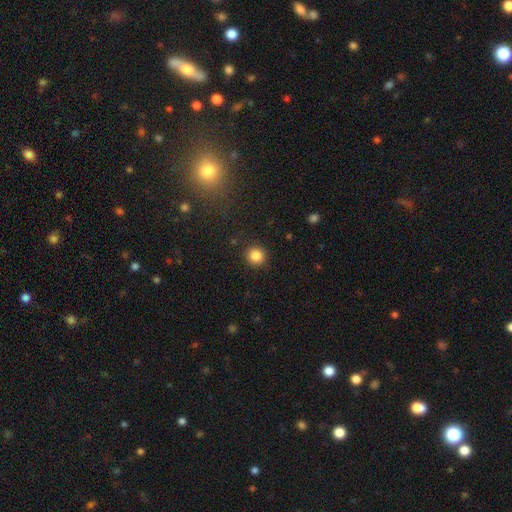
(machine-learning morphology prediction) smooth-or-featured: smooth: 85% | star or artifact: 11% | featured or disk: 4%
  how-rounded: round: 93% | in between: 6% | cigar-shaped: 1%
  merging: none: 91% | minor disturbance: 6% | major disturbance: 2% | merger: 1%